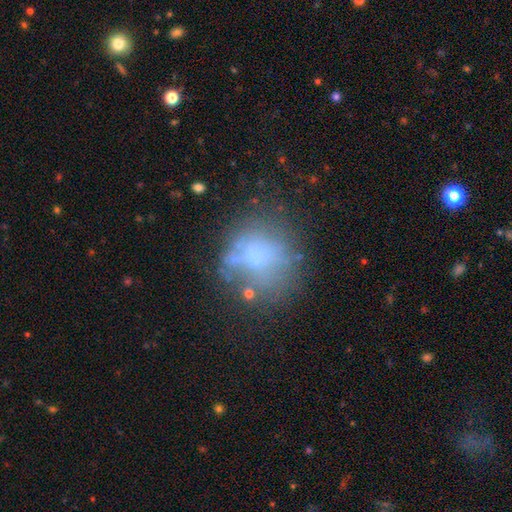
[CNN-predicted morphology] A smooth galaxy with no disk features (47%). Merging: none (52%).